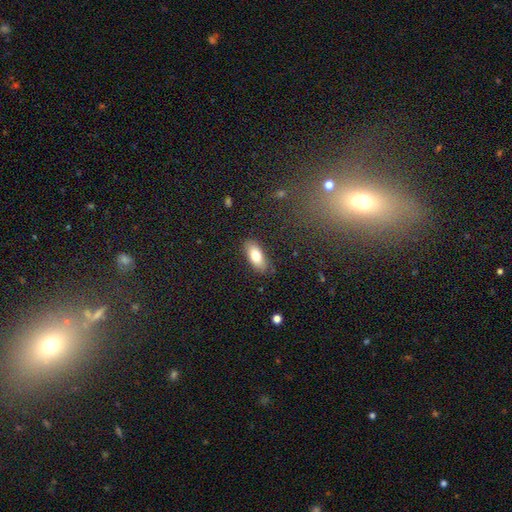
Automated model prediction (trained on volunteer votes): Smooth or featured: smooth — 79% (featured or disk — 14%)
How rounded: in between — 84% (cigar-shaped — 13%)
Merging: none — 83% (minor disturbance — 12%)